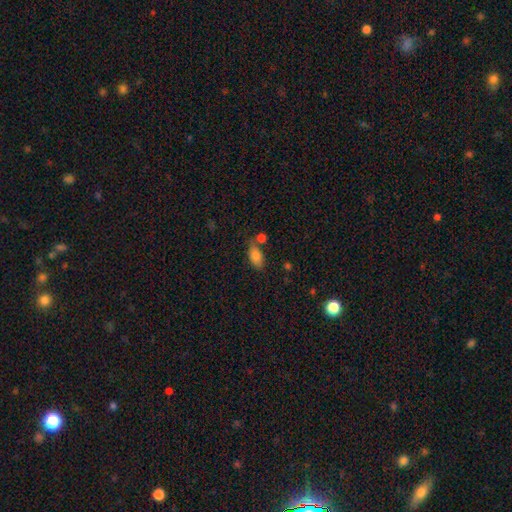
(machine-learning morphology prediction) The model was most divided on "merging": none: 60%, minor disturbance: 18%, merger: 16%, major disturbance: 5%. More confident: how rounded — in between (88%); smooth or featured — smooth (81%).